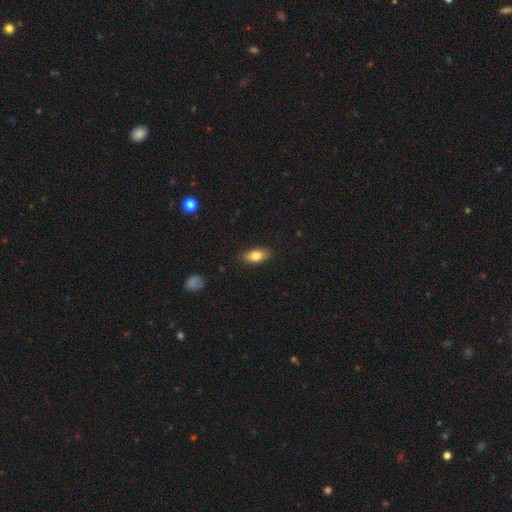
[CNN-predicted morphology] Smooth or featured? smooth (81%)
How rounded? in between (87%)
Merging? none (87%)